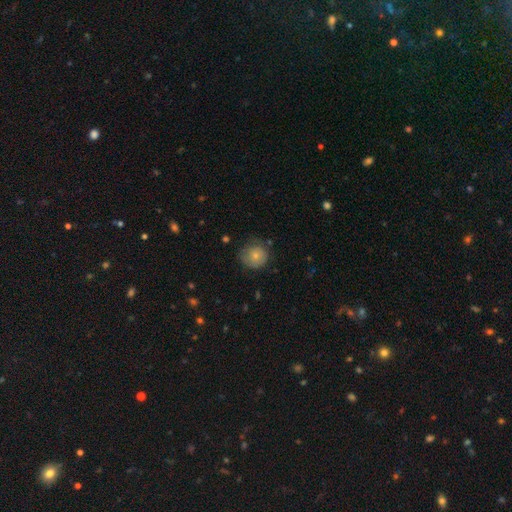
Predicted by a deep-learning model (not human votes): Overall: smooth (76%). How rounded: round (89%). Merging: none (66%).